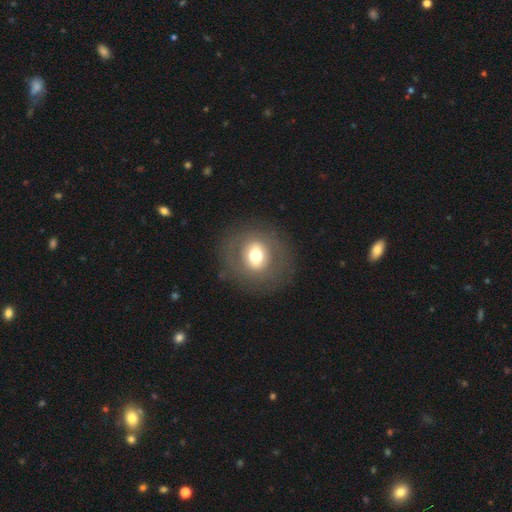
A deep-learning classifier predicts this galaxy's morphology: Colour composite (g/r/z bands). It shows a smooth galaxy with no disk features (52%) that is round (77%). Merging: none (81%).